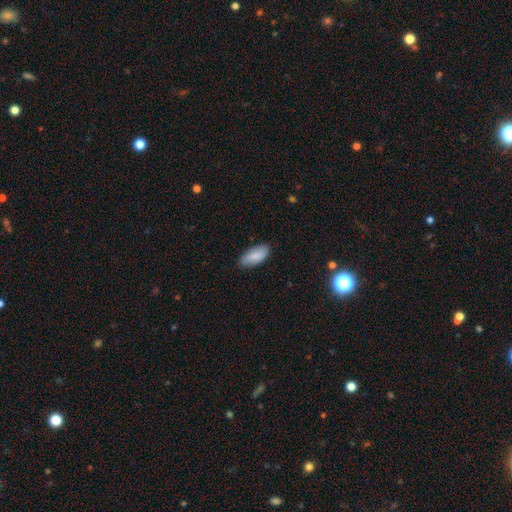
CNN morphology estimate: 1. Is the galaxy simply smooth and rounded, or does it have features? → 86% smooth, 8% featured or disk, 6% star or artifact.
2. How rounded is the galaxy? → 87% in between, 11% cigar-shaped, 2% round.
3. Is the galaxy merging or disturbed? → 83% none, 14% minor disturbance, 2% major disturbance, 1% merger.